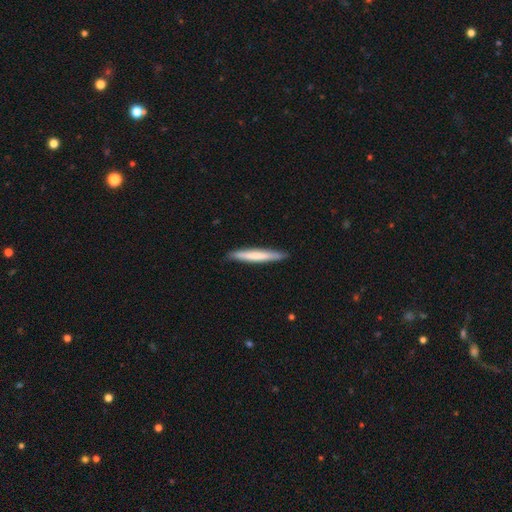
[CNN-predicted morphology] smooth_or_featured: smooth (p=0.67) [alt: featured or disk p=0.29]
how_rounded: cigar-shaped (p=0.95) [alt: in between p=0.04]
merging: none (p=0.89) [alt: minor disturbance p=0.09]